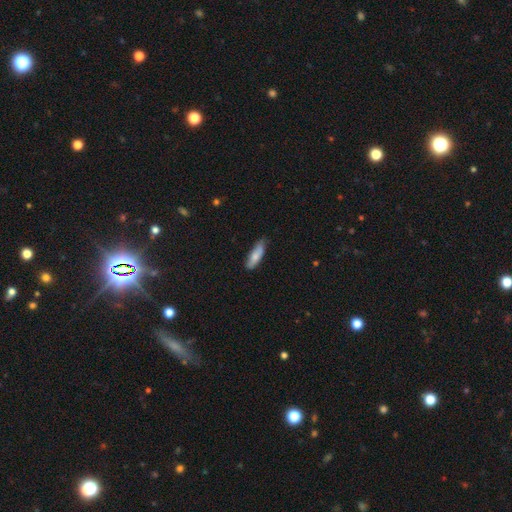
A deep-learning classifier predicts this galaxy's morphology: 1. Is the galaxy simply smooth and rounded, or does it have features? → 76% smooth, 18% featured or disk, 6% star or artifact.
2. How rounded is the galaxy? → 58% cigar-shaped, 41% in between, 2% round.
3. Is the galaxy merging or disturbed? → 73% none, 23% minor disturbance, 3% major disturbance, 1% merger.